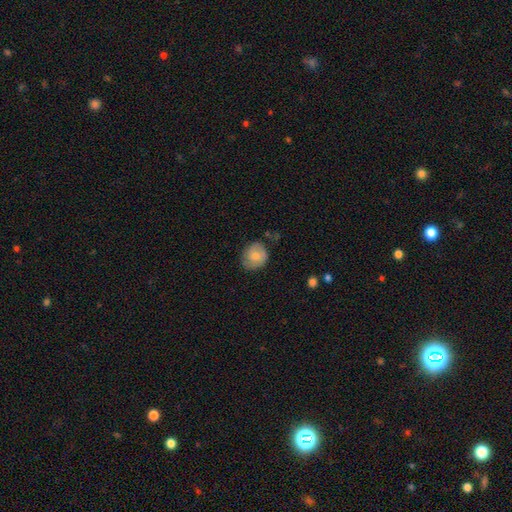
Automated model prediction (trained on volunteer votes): Overall: smooth (74%). How rounded: round (66%; in between 33%). Merging: none (69%).